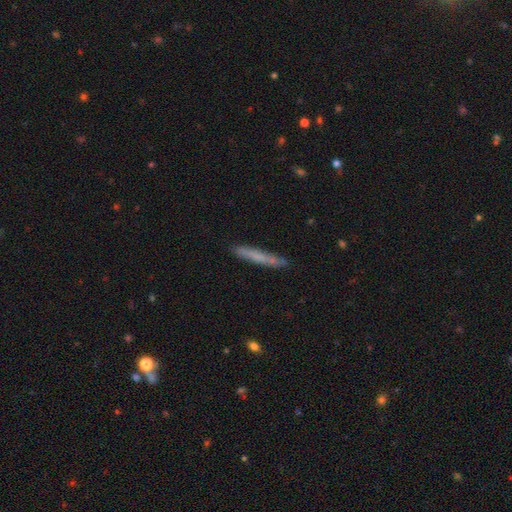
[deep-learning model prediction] smooth 66%, featured or disk 28%, star or artifact 6%. Down the decision tree: how rounded — cigar-shaped (96%); merging — none (83%).